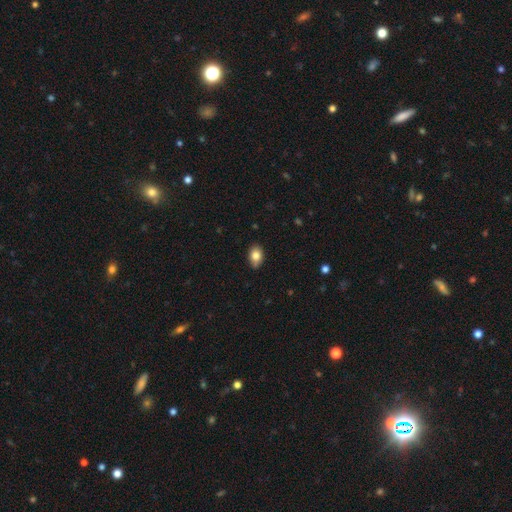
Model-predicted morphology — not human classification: Q: Smooth or featured?
A: smooth (82%); runner-up: featured or disk (10%)
Q: How rounded?
A: in between (83%); runner-up: round (15%)
Q: Merging?
A: none (83%); runner-up: minor disturbance (14%)